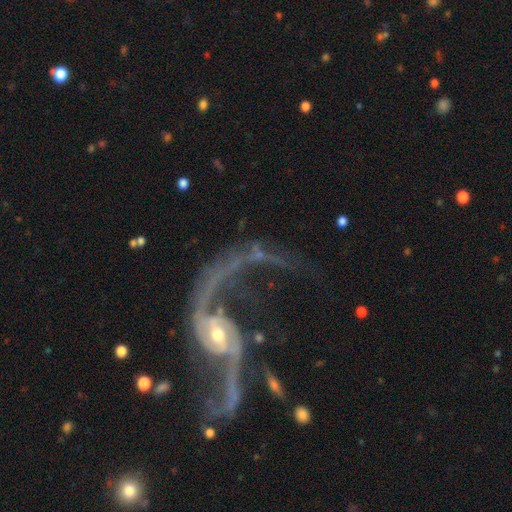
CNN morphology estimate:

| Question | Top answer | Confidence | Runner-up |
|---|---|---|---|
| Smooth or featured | featured or disk | 87% | star or artifact (7%) |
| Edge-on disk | no | 96% | yes (4%) |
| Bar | no | 44% | weak (34%) |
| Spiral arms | yes | 91% | no (9%) |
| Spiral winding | loose | 80% | medium (15%) |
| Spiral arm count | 2 | 84% | 1 (7%) |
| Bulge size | small | 46% | tied: moderate (46%) |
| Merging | major disturbance | 37% | none (35%) |